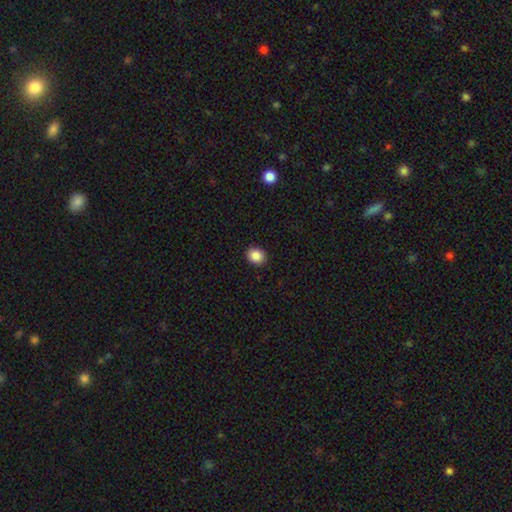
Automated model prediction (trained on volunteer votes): smooth_or_featured: smooth (p=0.87) [alt: star or artifact p=0.09]
how_rounded: round (p=0.63) [alt: in between p=0.36]
merging: none (p=0.92) [alt: minor disturbance p=0.06]